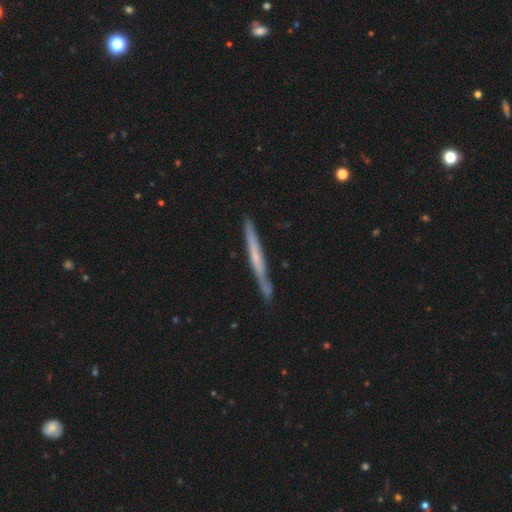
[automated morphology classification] A featured or disk galaxy (55%) viewed edge-on (94%) with no central bulge (78%).

Vote fractions:
- Smooth or featured? featured or disk: 55% / smooth: 39% / star or artifact: 6%
- Edge-on disk? yes: 94% / no: 6%
- Edge-on bulge? none: 78% / rounded: 16% / boxy: 6%
- Merging? none: 84% / minor disturbance: 12% / merger: 2% / major disturbance: 2%